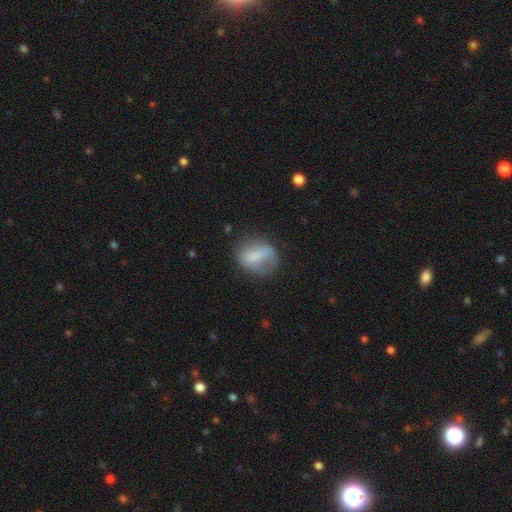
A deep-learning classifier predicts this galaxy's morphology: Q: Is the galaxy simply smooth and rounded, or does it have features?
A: smooth — 64%.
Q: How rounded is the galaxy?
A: in between — 58%.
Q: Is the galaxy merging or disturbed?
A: none — 55%.